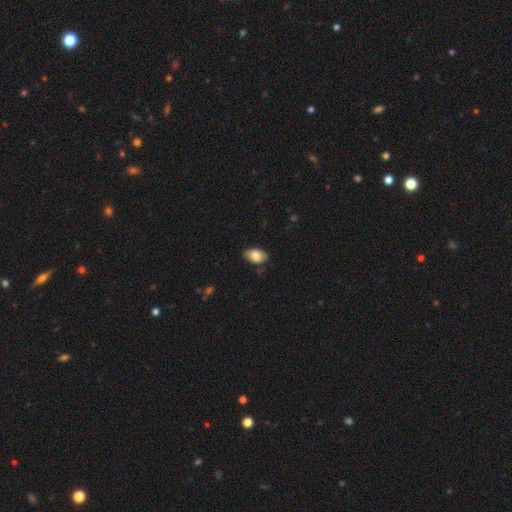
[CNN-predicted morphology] A smooth galaxy with no disk features (81%) that is in between round and cigar-shaped (92%).

Vote fractions:
- Smooth or featured? smooth: 81% / featured or disk: 13% / star or artifact: 7%
- How rounded? in between: 92% / round: 6% / cigar-shaped: 1%
- Merging? none: 78% / minor disturbance: 18% / major disturbance: 3% / merger: 1%